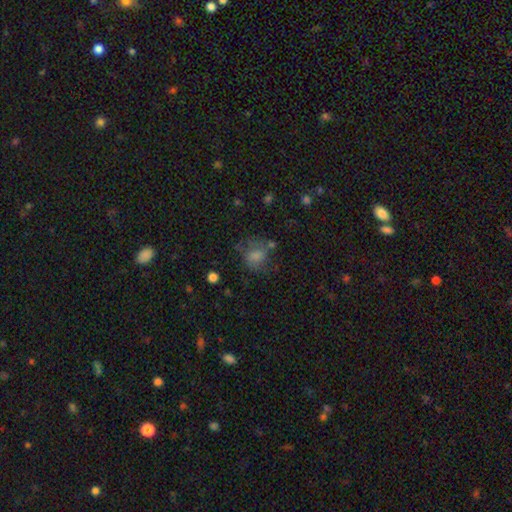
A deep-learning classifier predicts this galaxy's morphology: A smooth galaxy with no disk features (64%) that is round (60%). Merging: none (44%).